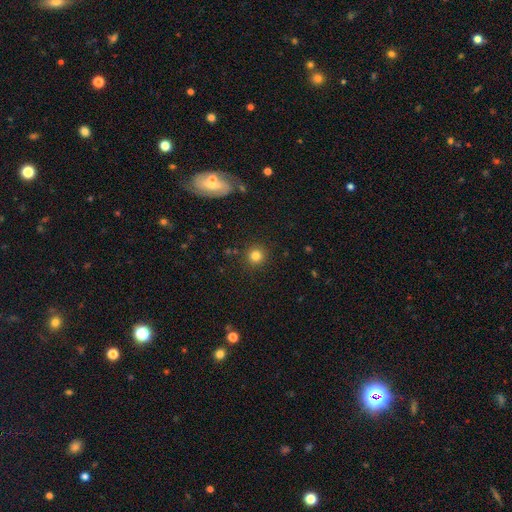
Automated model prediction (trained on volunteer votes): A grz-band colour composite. It shows a smooth galaxy with no disk features (81%) that is round (93%). Merging: none (89%).